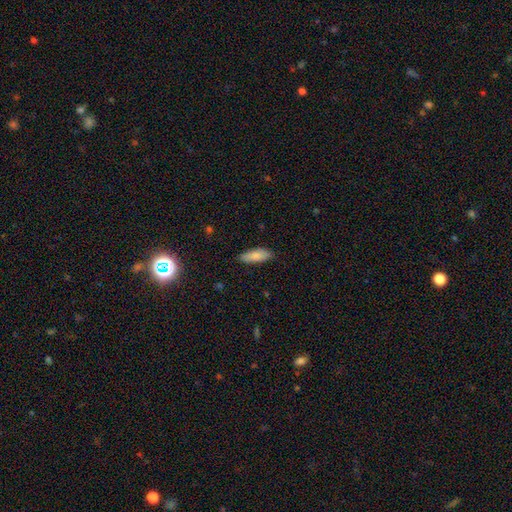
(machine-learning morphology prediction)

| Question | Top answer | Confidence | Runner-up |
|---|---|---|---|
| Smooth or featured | smooth | 84% | featured or disk (10%) |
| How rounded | in between | 67% | cigar-shaped (31%) |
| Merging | none | 85% | minor disturbance (12%) |